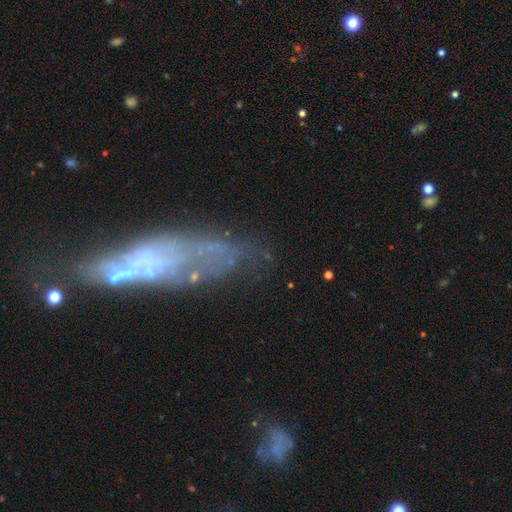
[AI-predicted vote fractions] Overall: featured or disk (52%; smooth 29%). Edge-on disk: no (69%; yes 31%). Merging: none (52%; minor disturbance 20%).